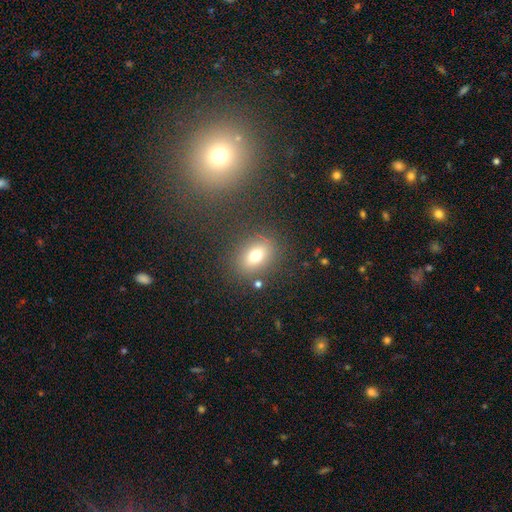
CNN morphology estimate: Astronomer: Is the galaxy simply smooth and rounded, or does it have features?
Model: smooth — 73%.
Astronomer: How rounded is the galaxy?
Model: in between — 66%.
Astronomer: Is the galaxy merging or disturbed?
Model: none — 81%.